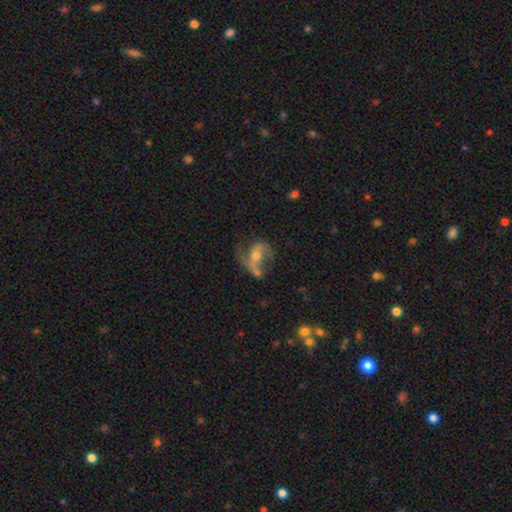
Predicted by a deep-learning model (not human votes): smooth-or-featured: featured or disk: 75% | smooth: 17% | star or artifact: 8%
  disk-edge-on: no: 96% | yes: 4%
    bar: weak: 40% | no: 37% | strong: 23%
    has-spiral-arms: yes: 85% | no: 15%
      spiral-winding: loose: 53% | medium: 37% | tight: 10%
      spiral-arm-count: 2: 79% | 1: 12% | can't tell: 6% | 3: 2% | 4: 1% | more than 4: 1%
    bulge-size: moderate: 55% | small: 34% | large: 5% | none: 5% | dominant: 1%
  merging: none: 44% | major disturbance: 24% | minor disturbance: 22% | merger: 9%